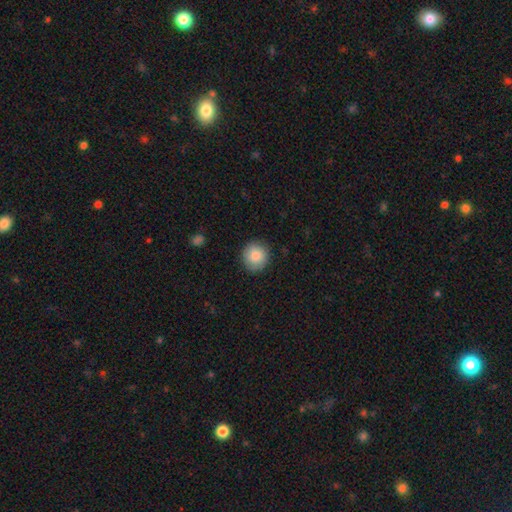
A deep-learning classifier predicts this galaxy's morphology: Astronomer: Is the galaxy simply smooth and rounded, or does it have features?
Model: smooth — 86%.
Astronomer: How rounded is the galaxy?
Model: round — 91%.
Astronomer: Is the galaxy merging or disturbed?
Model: none — 89%.